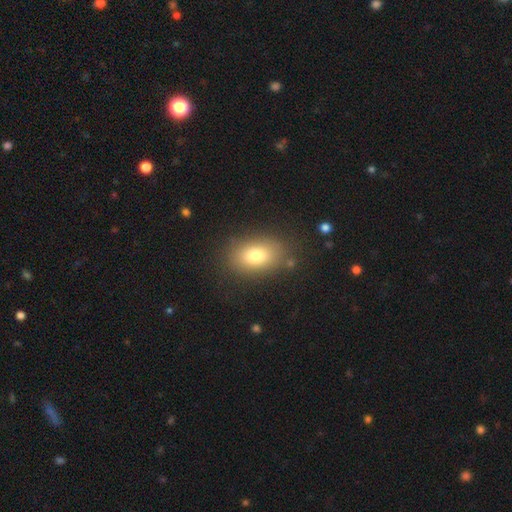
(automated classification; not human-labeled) Q: Smooth or featured?
A: smooth (77%); runner-up: featured or disk (12%)
Q: How rounded?
A: in between (83%); runner-up: round (15%)
Q: Merging?
A: none (81%); runner-up: minor disturbance (12%)